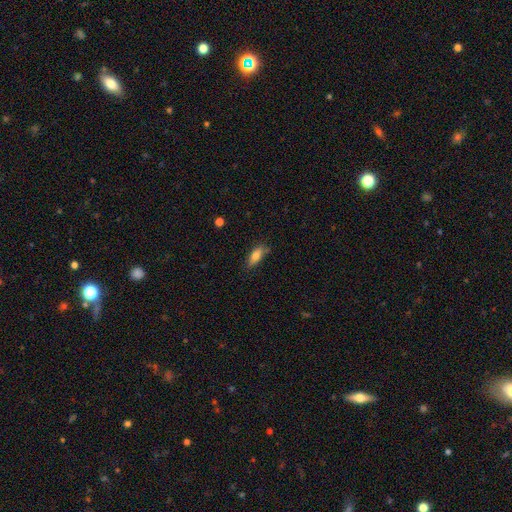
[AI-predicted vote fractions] The model was most divided on "how rounded": in between: 64%, cigar-shaped: 34%, round: 3%. More confident: smooth or featured — smooth (75%); merging — none (73%).